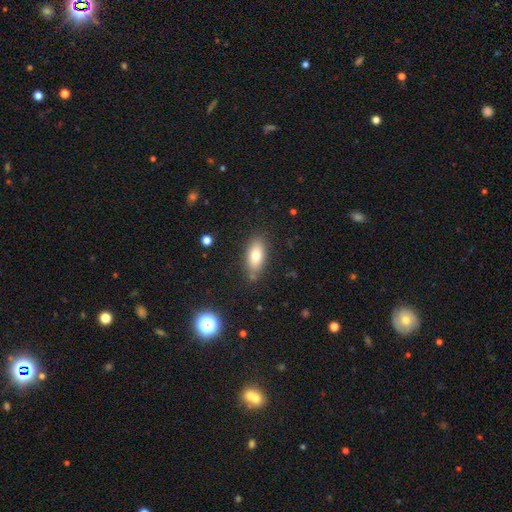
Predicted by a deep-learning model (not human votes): smooth_or_featured: smooth (p=0.74) [alt: featured or disk p=0.17]
how_rounded: in between (p=0.85) [alt: cigar-shaped p=0.11]
merging: none (p=0.78) [alt: minor disturbance p=0.15]